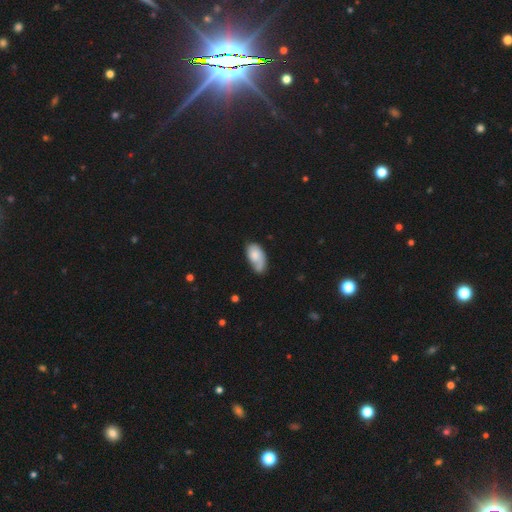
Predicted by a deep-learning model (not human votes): This appears to be a smooth galaxy with no disk features (63%) that is in between round and cigar-shaped (93%). Merging: none (48%).